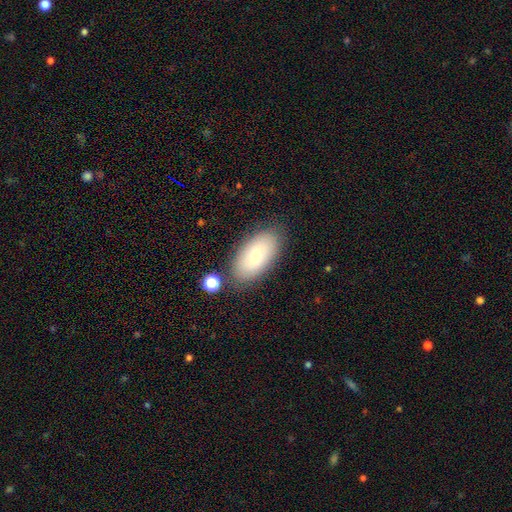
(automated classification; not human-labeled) smooth 66%, featured or disk 26%, star or artifact 8%. Down the decision tree: how rounded — in between (93%); merging — none (81%).